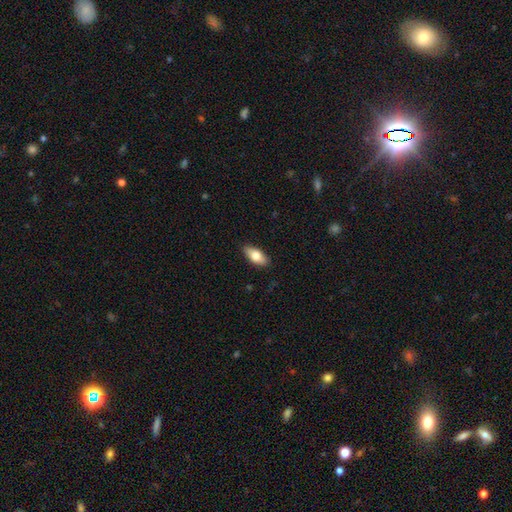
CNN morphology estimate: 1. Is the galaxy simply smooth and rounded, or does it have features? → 76% smooth, 18% featured or disk, 6% star or artifact.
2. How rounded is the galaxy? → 86% in between, 11% cigar-shaped, 3% round.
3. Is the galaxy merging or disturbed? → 87% none, 10% minor disturbance, 2% major disturbance, 1% merger.